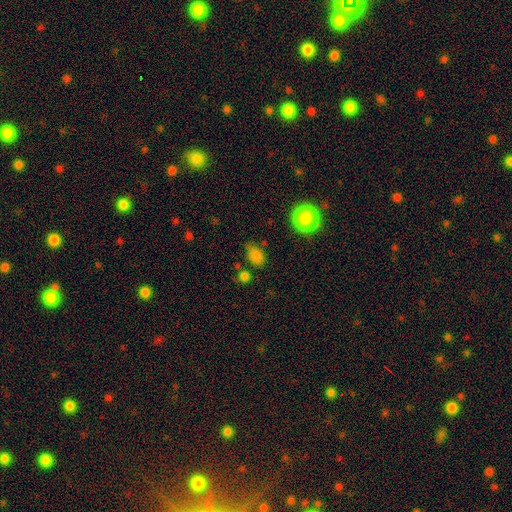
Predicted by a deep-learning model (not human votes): Overall: smooth (76%). How rounded: in between (73%). Merging: none (62%; minor disturbance 23%).